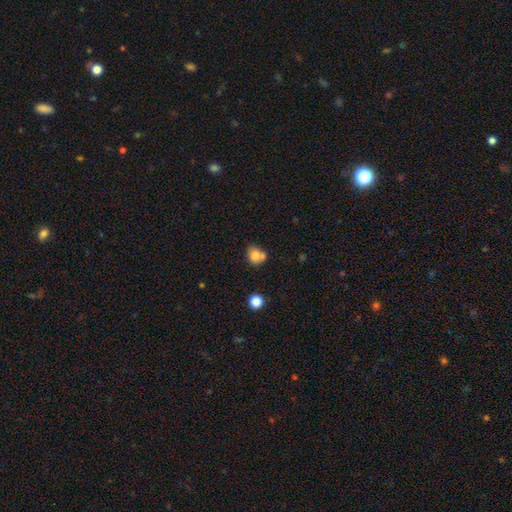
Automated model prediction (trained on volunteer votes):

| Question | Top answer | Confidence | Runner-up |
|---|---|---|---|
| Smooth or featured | smooth | 78% | featured or disk (11%) |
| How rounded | round | 68% | in between (31%) |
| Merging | none | 46% | merger (32%) |